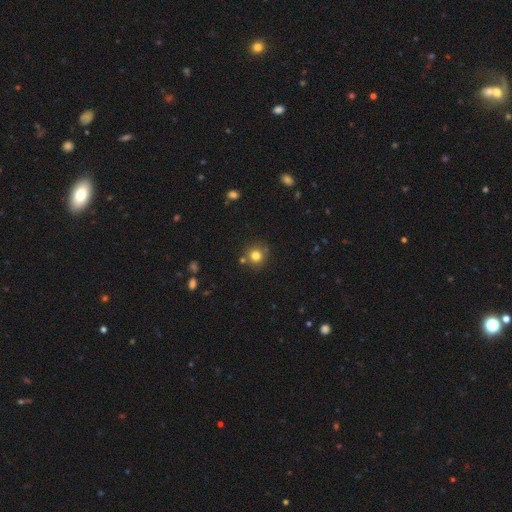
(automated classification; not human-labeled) Smooth or featured? Predicted: smooth (p=0.80). How rounded? Predicted: round (p=0.92). Merging? Predicted: none (p=0.80).